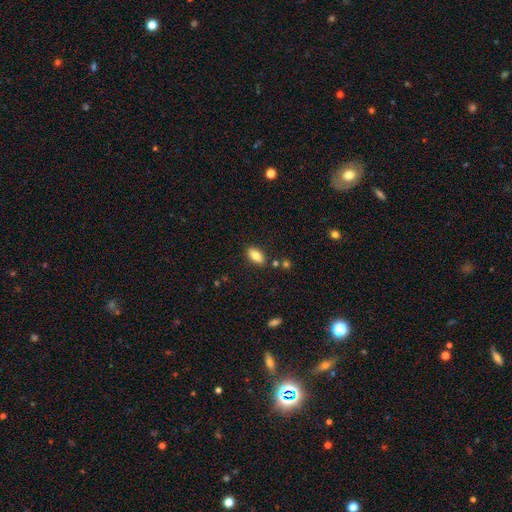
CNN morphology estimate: This is clearly a smooth galaxy (82%). How rounded: clearly in between (88%). Merging: clearly none (84%).